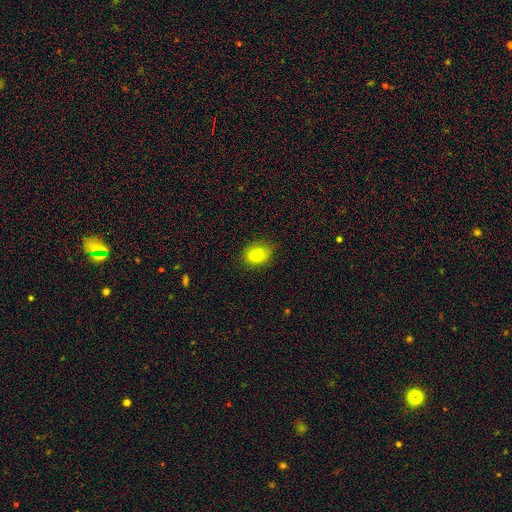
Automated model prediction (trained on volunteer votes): Morphology: type=smooth (83%); roundness=in between (61%); merging=none (73%).